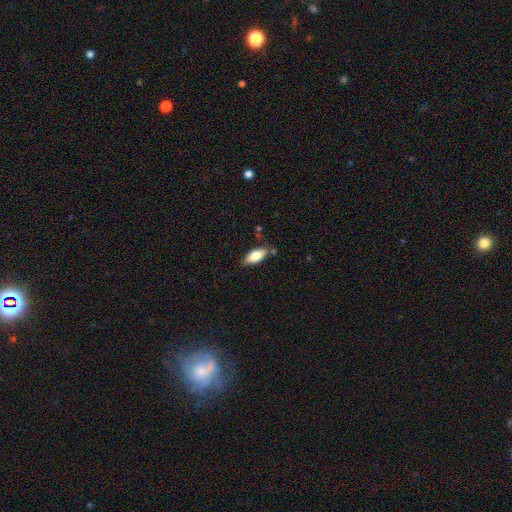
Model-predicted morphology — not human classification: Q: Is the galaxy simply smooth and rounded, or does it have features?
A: smooth — 80%.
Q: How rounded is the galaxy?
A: in between — 84%.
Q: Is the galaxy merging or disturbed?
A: none — 79%.